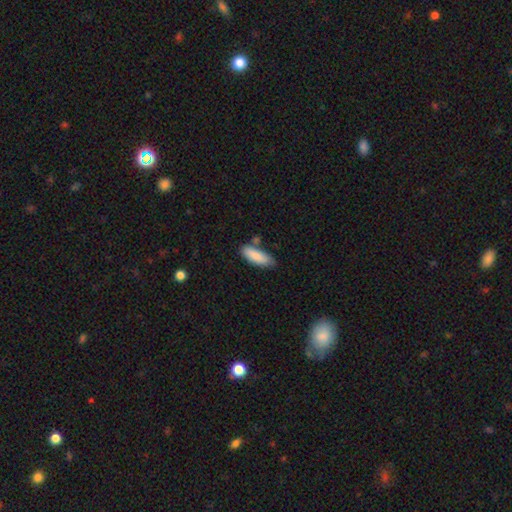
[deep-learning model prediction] Smooth or featured?
  - smooth: 86% *
  - featured or disk: 8%
  - star or artifact: 6%
How rounded?
  - in between: 62% *
  - cigar-shaped: 36%
  - round: 2%
Merging?
  - none: 68% *
  - minor disturbance: 19%
  - merger: 10%
  - major disturbance: 4%